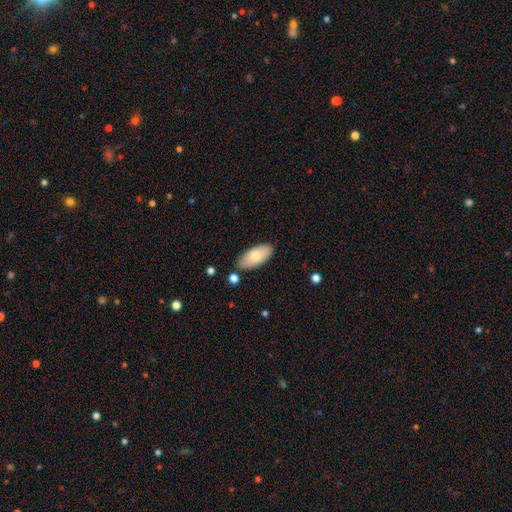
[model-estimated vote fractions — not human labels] smooth 76%, featured or disk 18%, star or artifact 6%. Down the decision tree: how rounded — in between (92%); merging — none (83%).